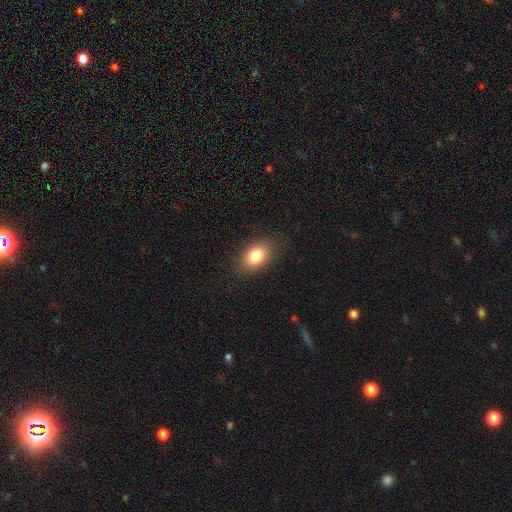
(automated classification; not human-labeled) smooth-or-featured: smooth: 81% | featured or disk: 10% | star or artifact: 9%
  how-rounded: in between: 80% | round: 18% | cigar-shaped: 2%
  merging: none: 83% | minor disturbance: 12% | major disturbance: 4% | merger: 1%